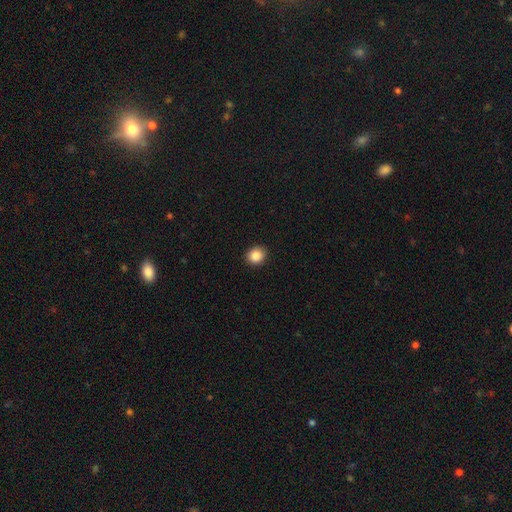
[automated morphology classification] This appears to be a smooth galaxy with no disk features (87%) that is round (73%). Merging: none (90%).